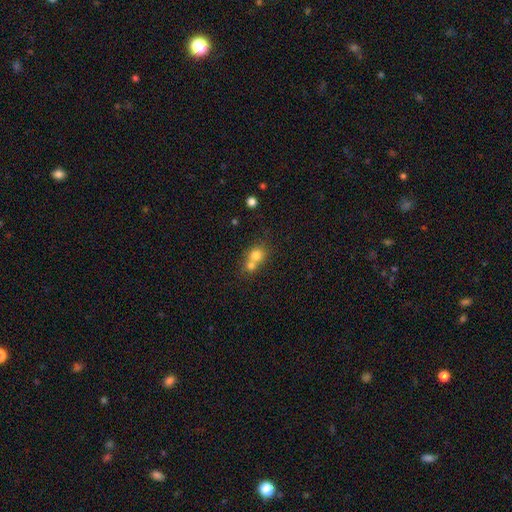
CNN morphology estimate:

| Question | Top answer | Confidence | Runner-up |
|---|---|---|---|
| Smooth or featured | smooth | 74% | featured or disk (14%) |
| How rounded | round | 77% | in between (22%) |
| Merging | merger | 62% | none (30%) |